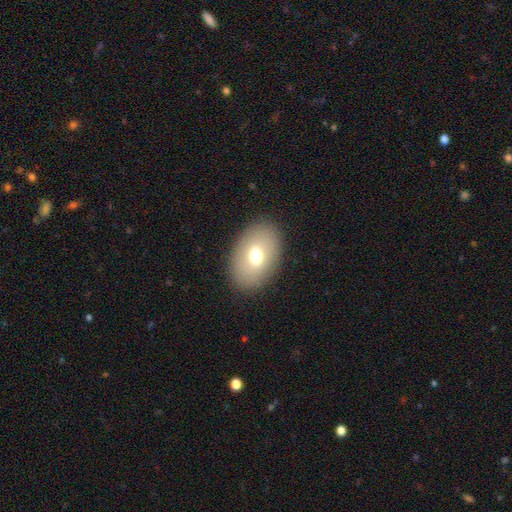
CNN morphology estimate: Q: Smooth or featured?
A: smooth (70%); runner-up: featured or disk (21%)
Q: How rounded?
A: in between (85%); runner-up: round (14%)
Q: Merging?
A: none (87%); runner-up: minor disturbance (8%)